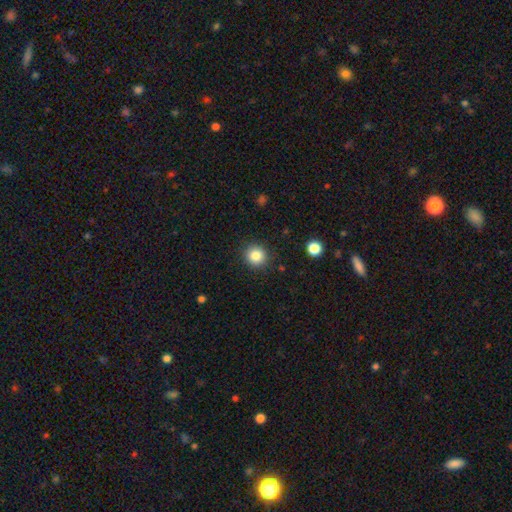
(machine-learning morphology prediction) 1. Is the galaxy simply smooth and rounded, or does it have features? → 84% smooth, 11% star or artifact, 5% featured or disk.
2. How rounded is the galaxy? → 92% round, 7% in between, 1% cigar-shaped.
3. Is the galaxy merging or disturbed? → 89% none, 7% minor disturbance, 2% major disturbance, 1% merger.